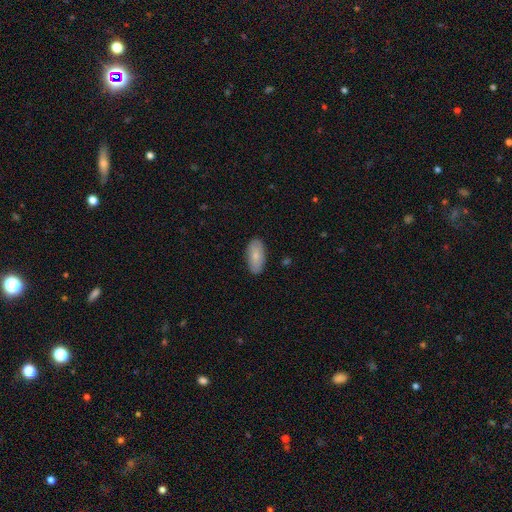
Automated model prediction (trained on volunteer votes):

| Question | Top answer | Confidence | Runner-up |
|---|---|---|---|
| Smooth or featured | smooth | 77% | featured or disk (17%) |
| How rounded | in between | 93% | cigar-shaped (5%) |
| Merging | none | 86% | minor disturbance (11%) |